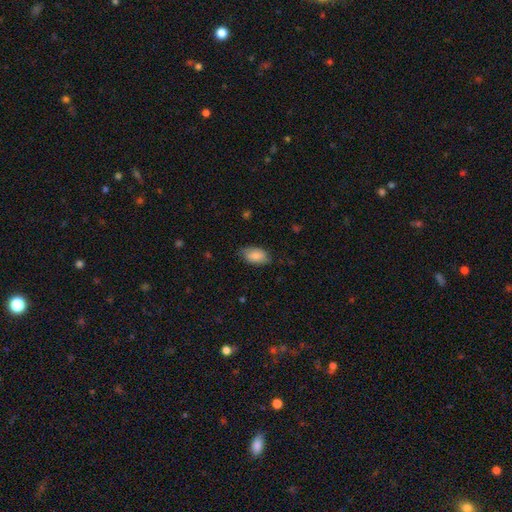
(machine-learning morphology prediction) Smooth or featured: smooth — 82% (featured or disk — 12%)
How rounded: in between — 94% (round — 4%)
Merging: none — 76% (minor disturbance — 20%)